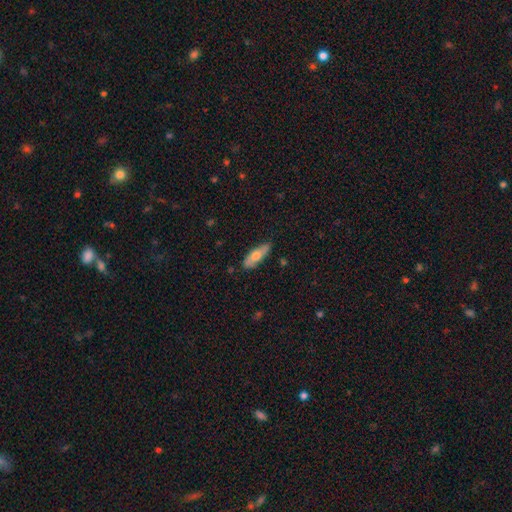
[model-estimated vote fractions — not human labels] The model was most divided on "how rounded": in between: 58%, cigar-shaped: 39%, round: 2%. More confident: merging — none (78%); smooth or featured — smooth (64%).